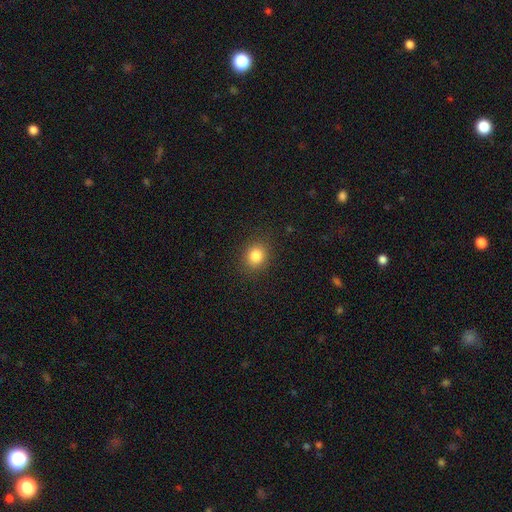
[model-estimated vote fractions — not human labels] This appears to be a smooth galaxy with no disk features (83%) that is round (76%). Merging: none (89%).